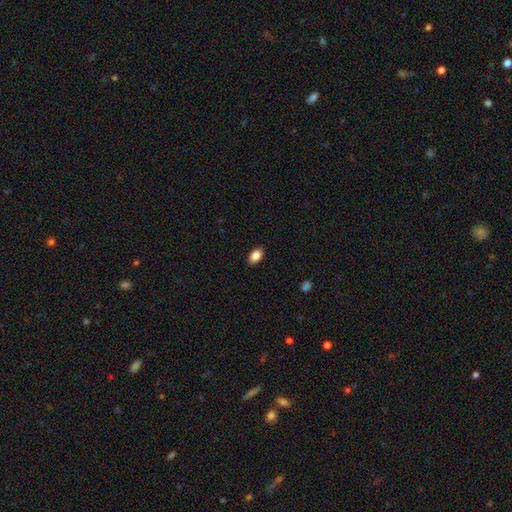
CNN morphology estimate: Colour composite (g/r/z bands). It shows a smooth galaxy with no disk features (86%) that is in between round and cigar-shaped (89%). Merging: none (89%).